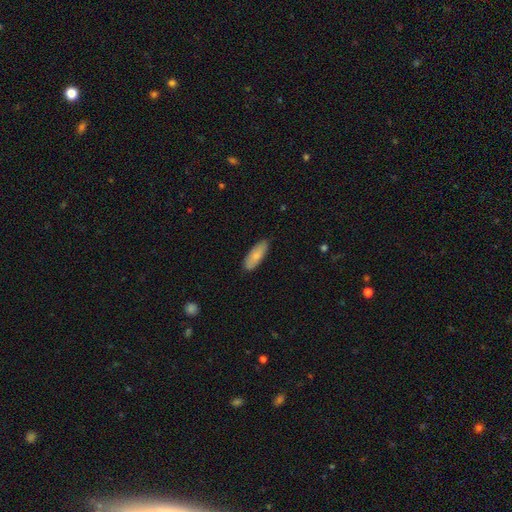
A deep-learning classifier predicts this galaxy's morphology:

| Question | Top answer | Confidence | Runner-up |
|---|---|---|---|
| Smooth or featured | smooth | 79% | featured or disk (16%) |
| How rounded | in between | 71% | cigar-shaped (27%) |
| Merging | none | 84% | minor disturbance (13%) |